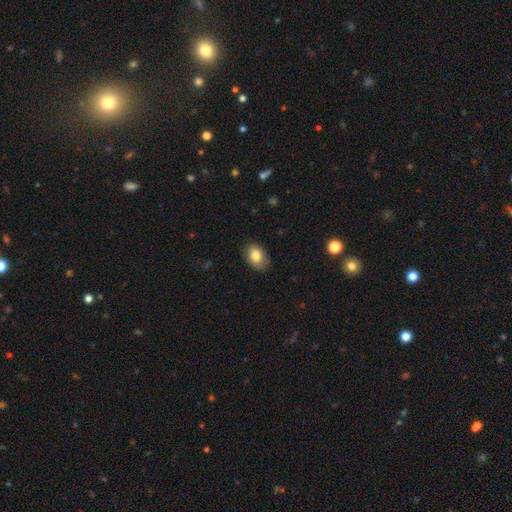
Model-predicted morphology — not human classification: This appears to be a smooth galaxy with no disk features (82%) that is in between round and cigar-shaped (83%). Merging: none (84%).